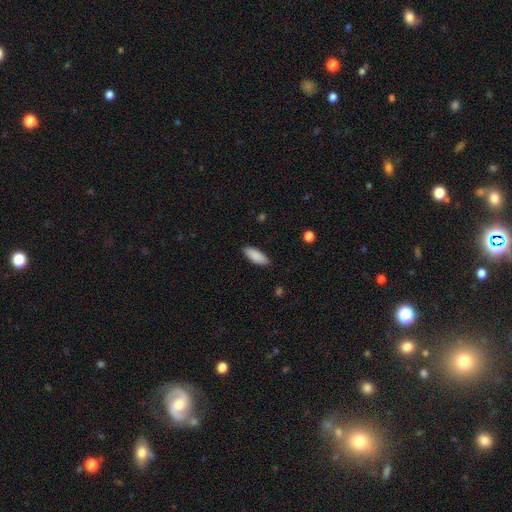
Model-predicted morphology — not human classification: A smooth galaxy with no disk features (89%) that is in between round and cigar-shaped (73%).

Vote fractions:
- Smooth or featured? smooth: 89% / star or artifact: 6% / featured or disk: 5%
- How rounded? in between: 73% / cigar-shaped: 25% / round: 2%
- Merging? none: 87% / minor disturbance: 10% / major disturbance: 2% / merger: 1%